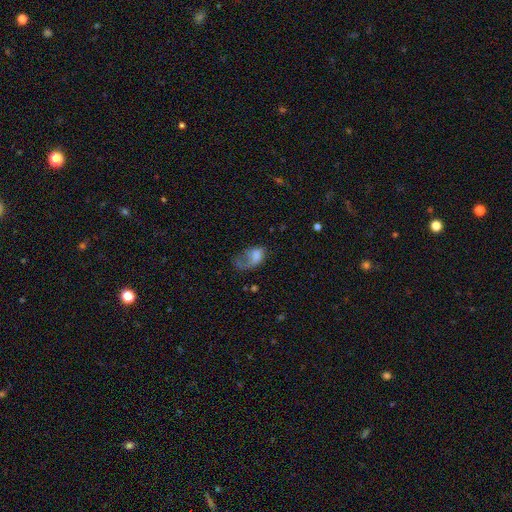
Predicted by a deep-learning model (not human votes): The model was most divided on "smooth or featured": smooth: 60%, featured or disk: 30%, star or artifact: 10%. More confident: how rounded — in between (84%); merging — major disturbance (57%).